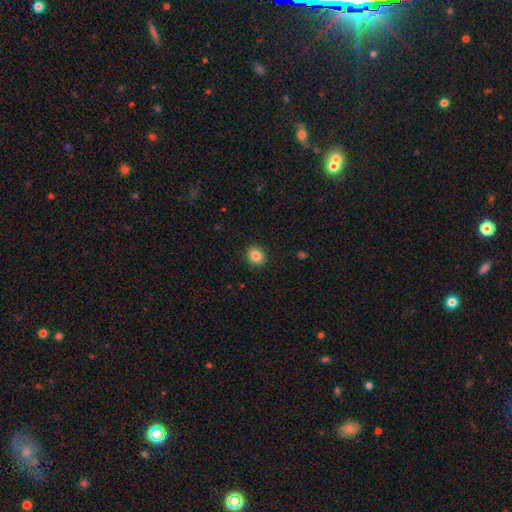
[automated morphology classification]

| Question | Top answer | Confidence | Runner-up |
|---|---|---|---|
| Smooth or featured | smooth | 84% | star or artifact (10%) |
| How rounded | round | 65% | in between (34%) |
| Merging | none | 91% | minor disturbance (6%) |